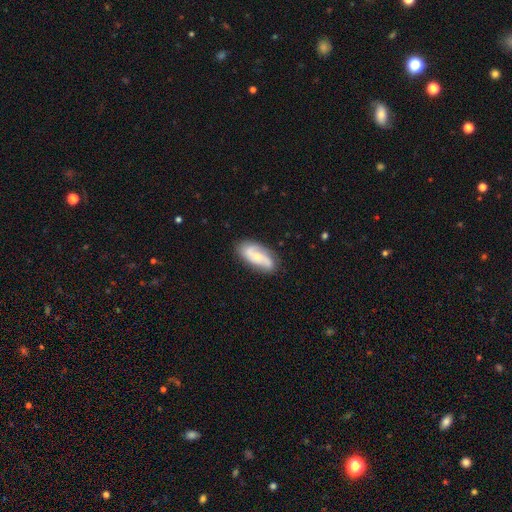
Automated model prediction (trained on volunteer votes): Smooth or featured? Predicted: featured or disk (p=0.66). Edge-on disk? Predicted: no (p=0.93). Bar? Predicted: no (p=0.63). Spiral arms? Predicted: yes (p=0.91). Spiral winding? Predicted: medium (p=0.41). Spiral arm count? Predicted: 2 (p=0.78). Bulge size? Predicted: small (p=0.56). Merging? Predicted: none (p=0.79).